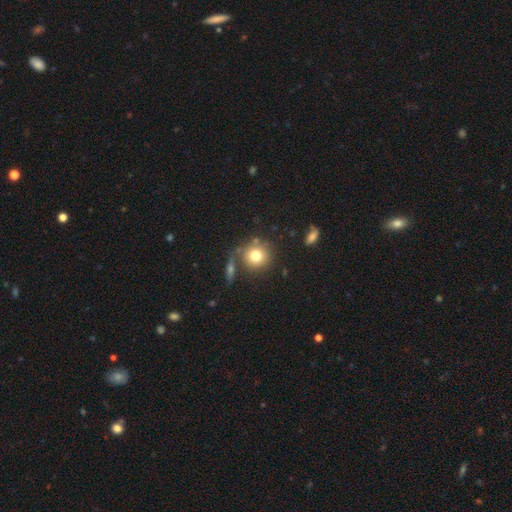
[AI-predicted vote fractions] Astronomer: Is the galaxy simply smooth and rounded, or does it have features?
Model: smooth — 77%.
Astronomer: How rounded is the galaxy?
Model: round — 89%.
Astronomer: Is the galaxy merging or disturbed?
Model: none — 68%.